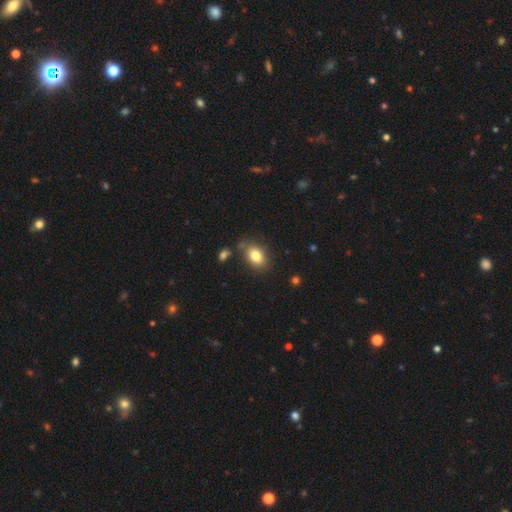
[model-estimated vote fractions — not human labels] Overall: smooth (82%). How rounded: in between (83%). Merging: none (74%).